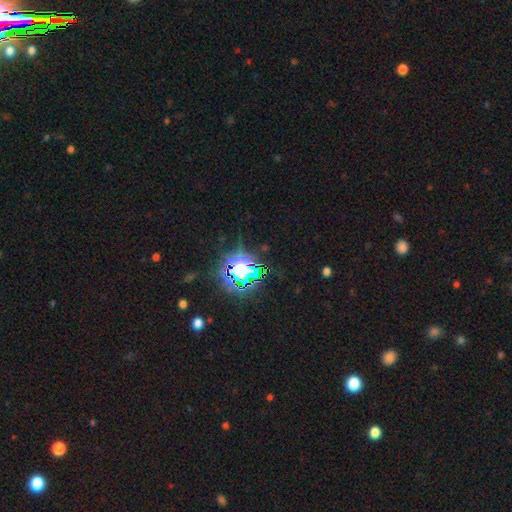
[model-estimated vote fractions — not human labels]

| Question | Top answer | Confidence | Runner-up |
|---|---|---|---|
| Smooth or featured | star or artifact | 79% | smooth (13%) |